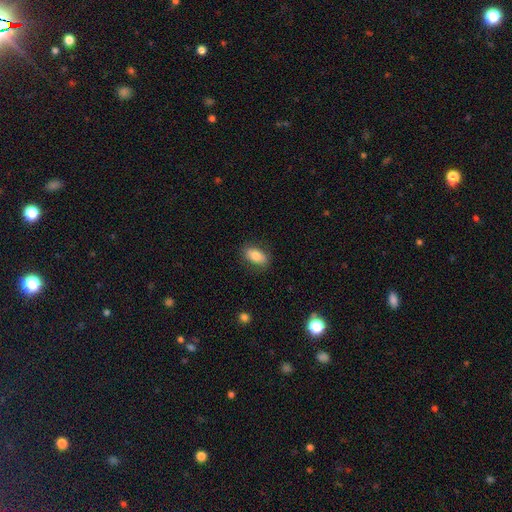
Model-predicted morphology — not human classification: The model was most divided on "smooth or featured": smooth: 79%, featured or disk: 14%, star or artifact: 7%. More confident: how rounded — in between (89%); merging — none (81%).